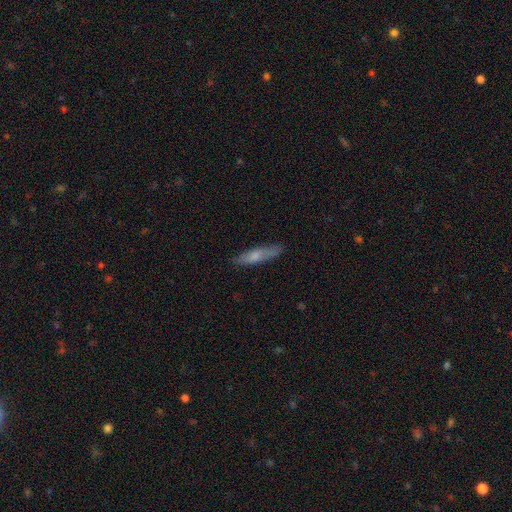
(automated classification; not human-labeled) Smooth or featured: smooth — 63% (featured or disk — 31%)
How rounded: cigar-shaped — 78% (in between — 20%)
Merging: none — 82% (minor disturbance — 14%)